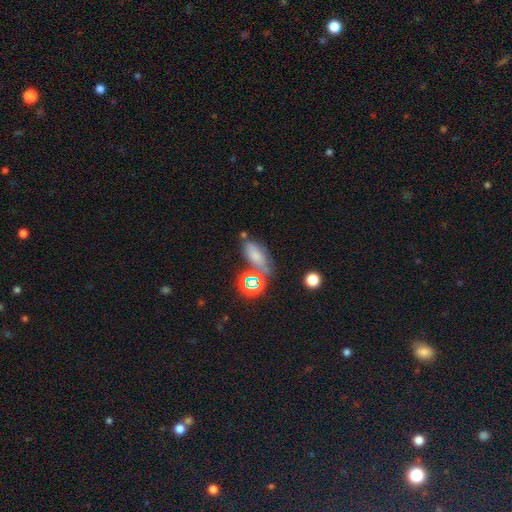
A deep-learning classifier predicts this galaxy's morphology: type=smooth (64%); roundness=in between (73%); merging=none (55%).